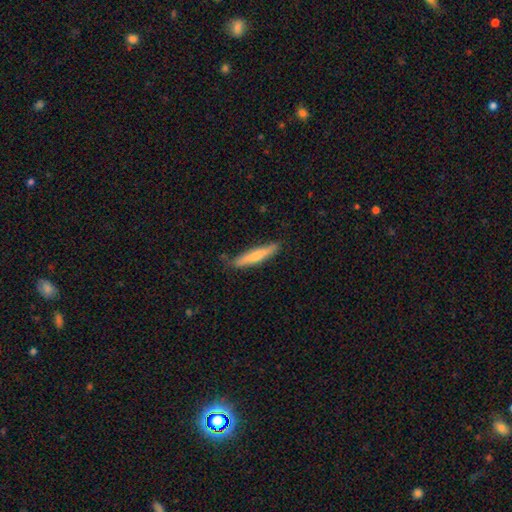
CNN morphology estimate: Smooth or featured: smooth — 63% (featured or disk — 31%)
How rounded: cigar-shaped — 90% (in between — 8%)
Merging: none — 83% (minor disturbance — 13%)